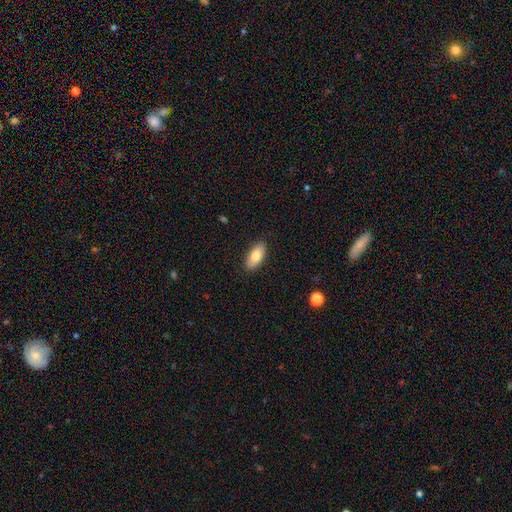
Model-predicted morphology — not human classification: Smooth or featured: smooth — 79% (featured or disk — 14%)
How rounded: in between — 87% (cigar-shaped — 10%)
Merging: none — 88% (minor disturbance — 9%)